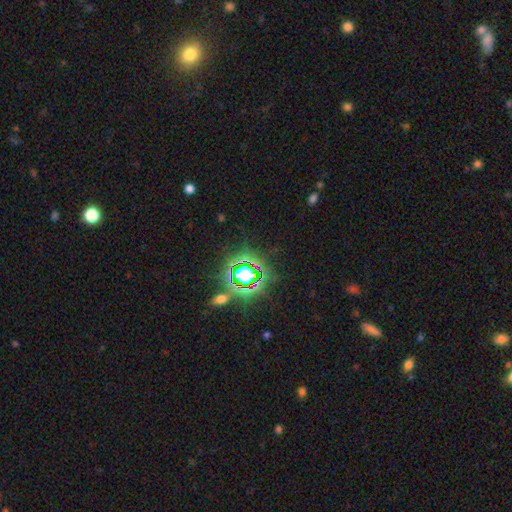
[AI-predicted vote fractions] This appears to be a star or artifact, not a galaxy (79%).